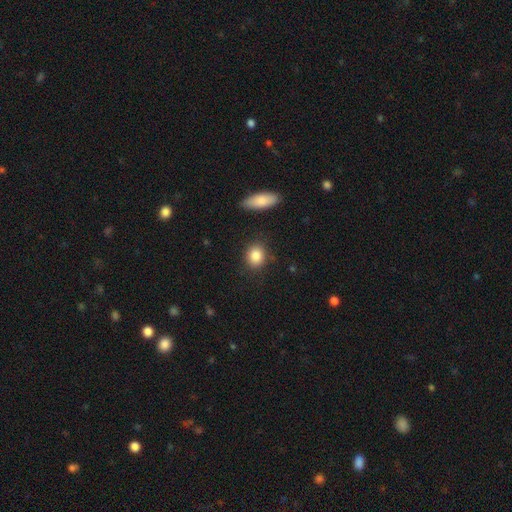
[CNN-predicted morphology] smooth-or-featured: smooth: 86% | star or artifact: 8% | featured or disk: 6%
  how-rounded: round: 63% | in between: 36% | cigar-shaped: 2%
  merging: none: 83% | minor disturbance: 10% | merger: 3% | major disturbance: 3%